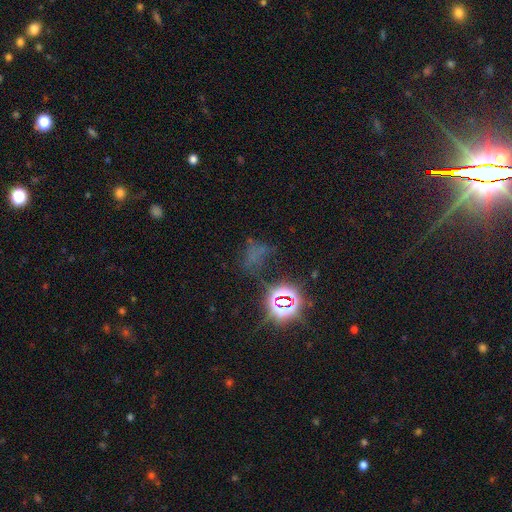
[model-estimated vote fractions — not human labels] Smooth or featured: star or artifact — 59% (smooth — 27%)